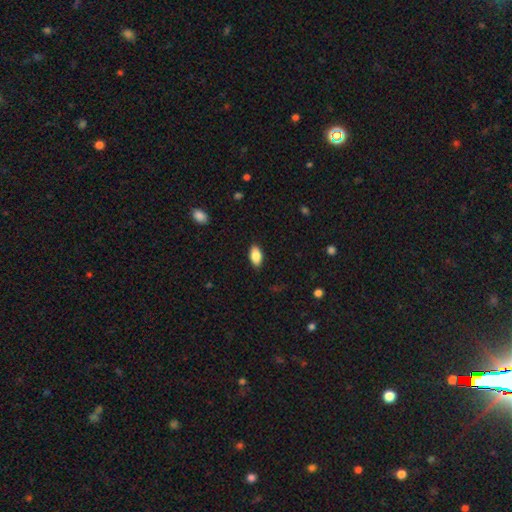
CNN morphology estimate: This is clearly a smooth galaxy (85%). How rounded: clearly in between (93%). Merging: clearly none (88%).